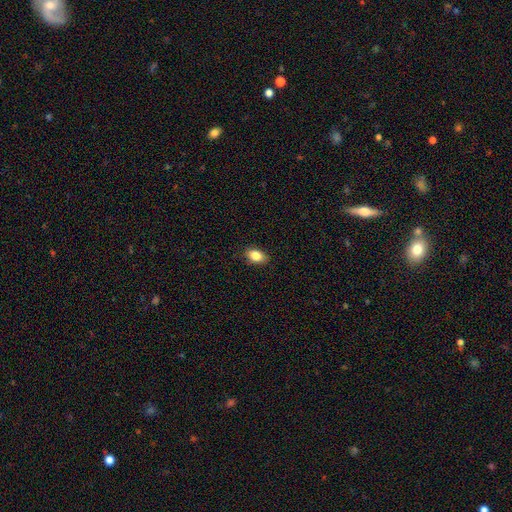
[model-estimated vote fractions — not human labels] A smooth galaxy with no disk features (84%) that is in between round and cigar-shaped (86%).

Vote fractions:
- Smooth or featured? smooth: 84% / star or artifact: 8% / featured or disk: 7%
- How rounded? in between: 86% / round: 12% / cigar-shaped: 2%
- Merging? none: 88% / minor disturbance: 10% / major disturbance: 2% / merger: 1%